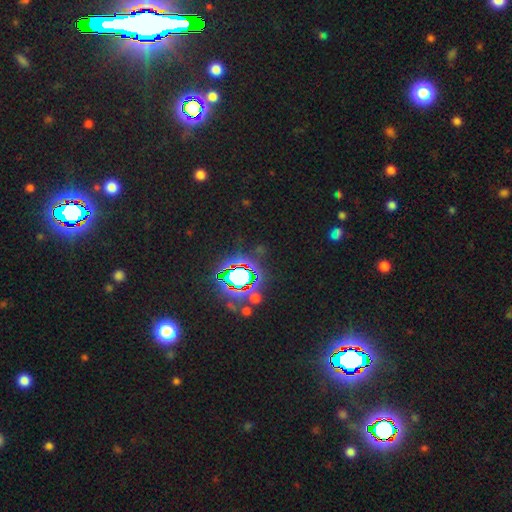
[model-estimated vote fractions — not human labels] This appears to be a star or artifact, not a galaxy (82%).